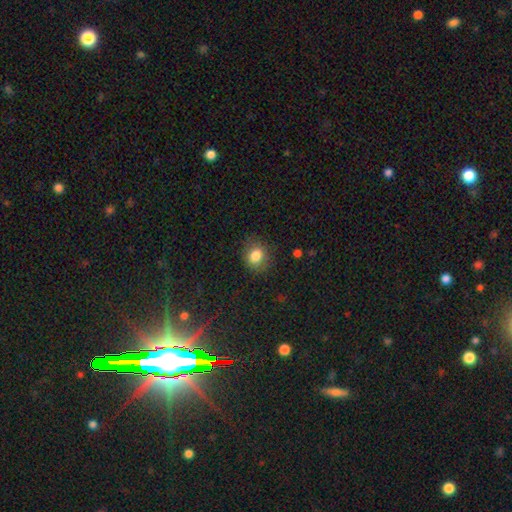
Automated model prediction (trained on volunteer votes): Q: Smooth or featured?
A: smooth (83%); runner-up: star or artifact (11%)
Q: How rounded?
A: round (75%); runner-up: in between (25%)
Q: Merging?
A: none (81%); runner-up: minor disturbance (13%)